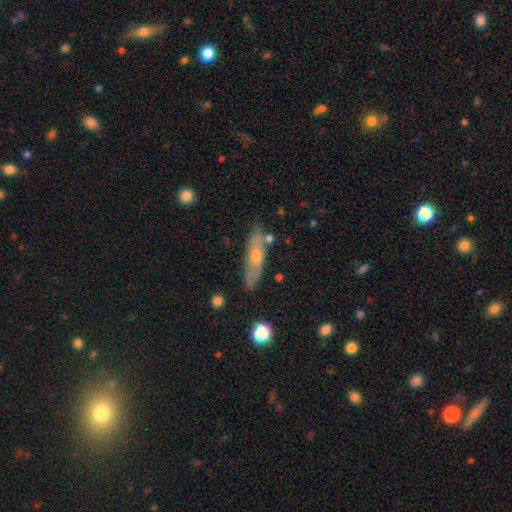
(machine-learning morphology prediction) smooth_or_featured: featured or disk (p=0.52) [alt: smooth p=0.39]
disk_edge_on: yes (p=0.58) [alt: no p=0.42]
merging: none (p=0.77) [alt: minor disturbance p=0.15]